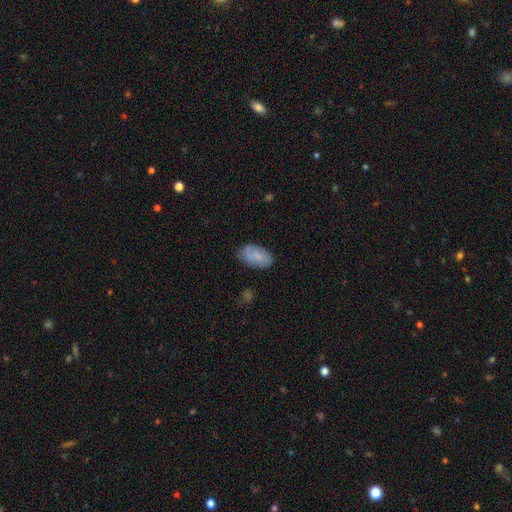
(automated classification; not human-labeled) Overall: smooth (69%). How rounded: in between (93%). Merging: none (74%).